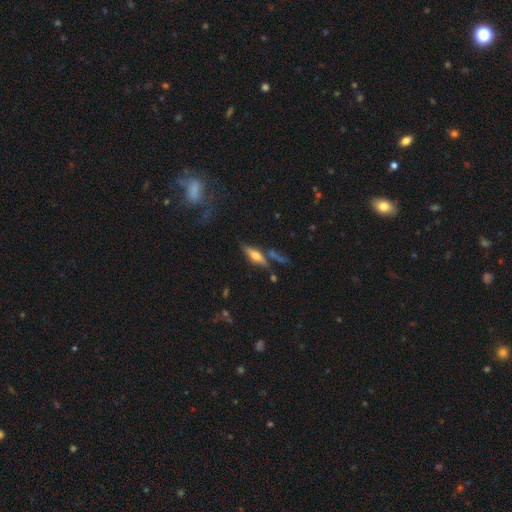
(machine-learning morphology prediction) smooth_or_featured: featured or disk (p=0.52) [alt: smooth p=0.40]
disk_edge_on: yes (p=0.91) [alt: no p=0.09]
merging: none (p=0.68) [alt: minor disturbance p=0.15]